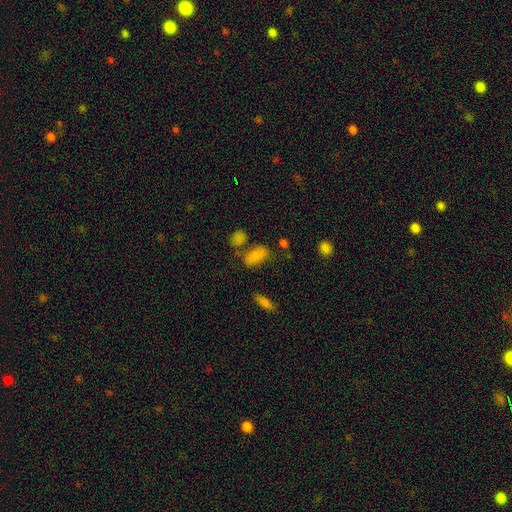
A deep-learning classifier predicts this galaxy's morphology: Overall: smooth (80%). How rounded: in between (88%). Merging: none (56%; merger 19%).